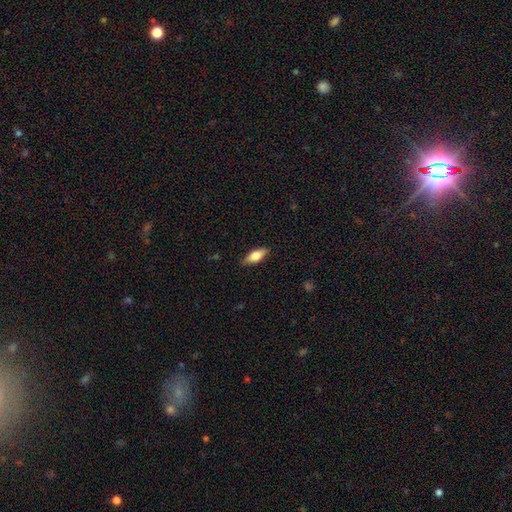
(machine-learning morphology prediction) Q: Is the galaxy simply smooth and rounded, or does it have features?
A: smooth — 67%.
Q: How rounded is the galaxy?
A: in between — 73%.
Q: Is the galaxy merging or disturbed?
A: none — 86%.